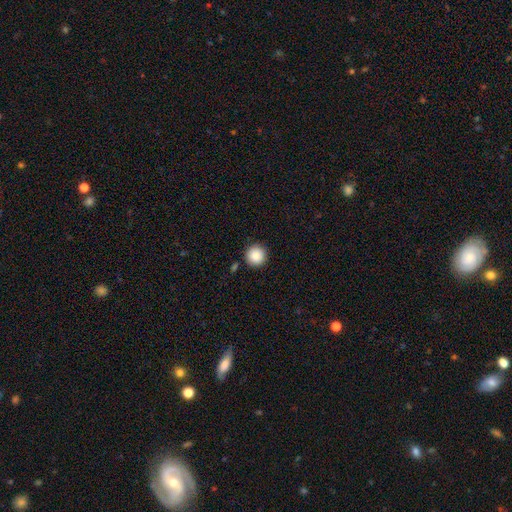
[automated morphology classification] type=smooth (88%); roundness=round (96%); merging=none (90%).